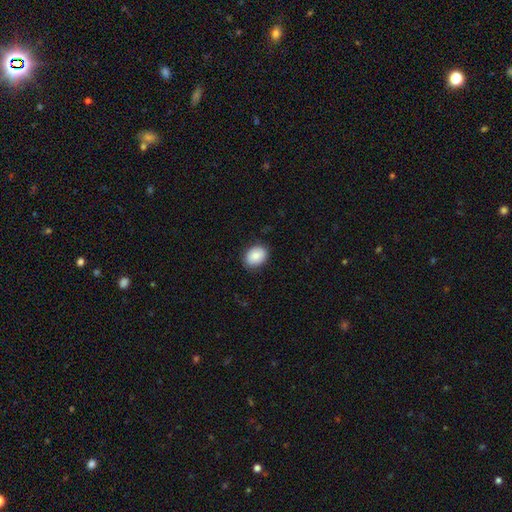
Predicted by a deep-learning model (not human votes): Smooth or featured: smooth — 84% (featured or disk — 9%)
How rounded: in between — 65% (round — 34%)
Merging: none — 85% (minor disturbance — 12%)